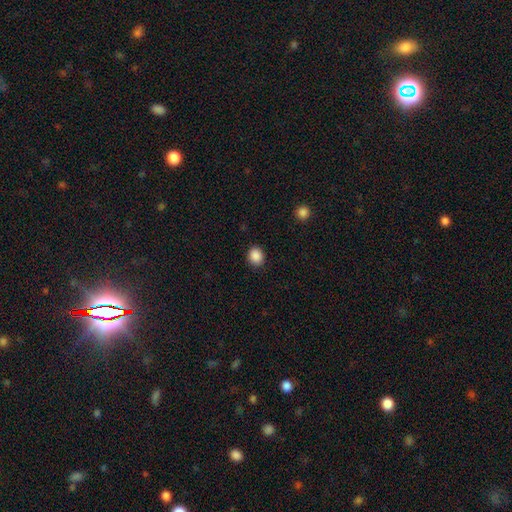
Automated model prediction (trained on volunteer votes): smooth-or-featured: smooth: 88% | star or artifact: 9% | featured or disk: 3%
  how-rounded: round: 70% | in between: 29% | cigar-shaped: 1%
  merging: none: 89% | minor disturbance: 7% | major disturbance: 2% | merger: 1%